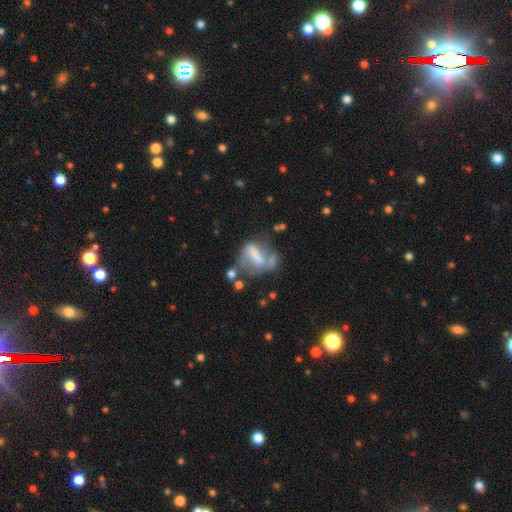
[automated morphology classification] Smooth or featured? Predicted: featured or disk (p=0.47). Merging? Predicted: major disturbance (p=0.31).